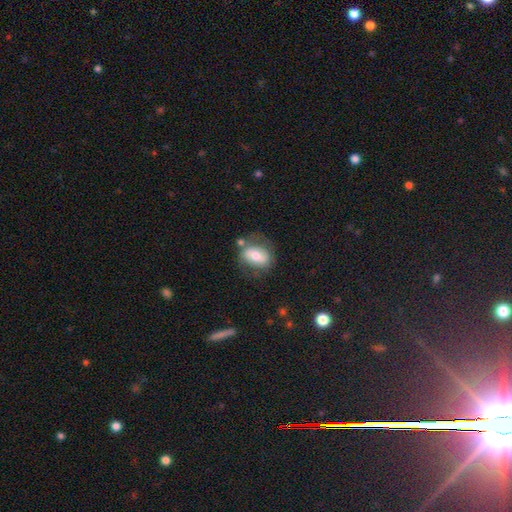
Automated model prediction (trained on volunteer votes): This is possibly a smooth galaxy (56%). How rounded: likely in between (76%). Merging: likely none (60%).